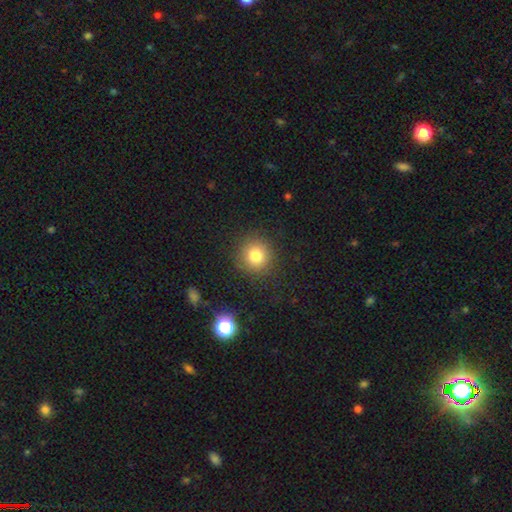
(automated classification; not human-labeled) smooth 80%, star or artifact 13%, featured or disk 8%. Down the decision tree: how rounded — round (93%); merging — none (88%).